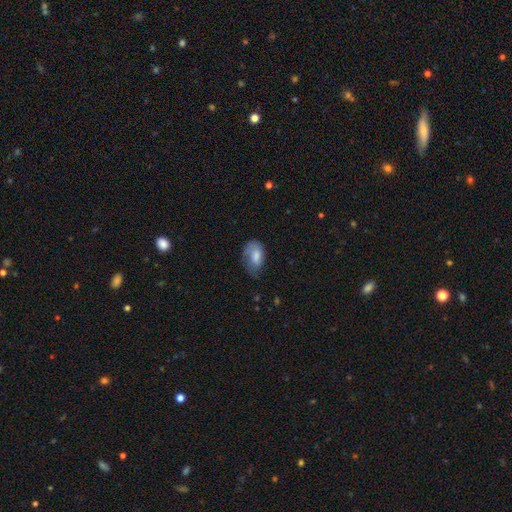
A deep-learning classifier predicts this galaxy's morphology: Smooth or featured: smooth — 69% (featured or disk — 24%)
How rounded: in between — 90% (round — 8%)
Merging: none — 43% (minor disturbance — 35%)